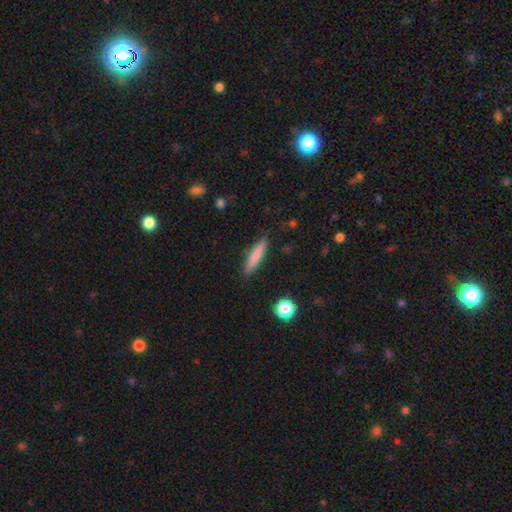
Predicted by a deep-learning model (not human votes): This is likely a smooth galaxy (79%). How rounded: clearly cigar-shaped (85%). Merging: clearly none (87%).